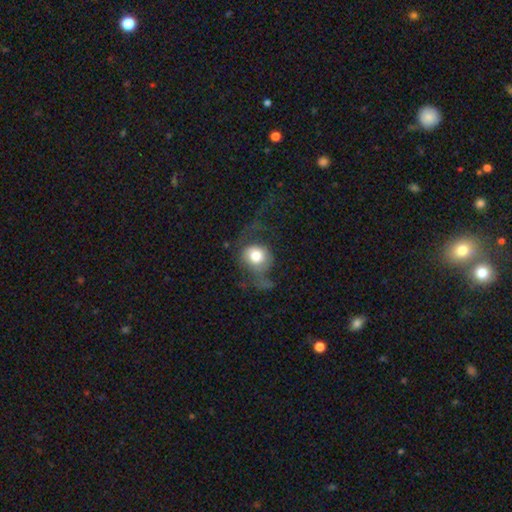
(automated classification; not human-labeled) Overall: smooth (62%; featured or disk 29%). How rounded: round (77%). Merging: major disturbance (47%; none 30%).